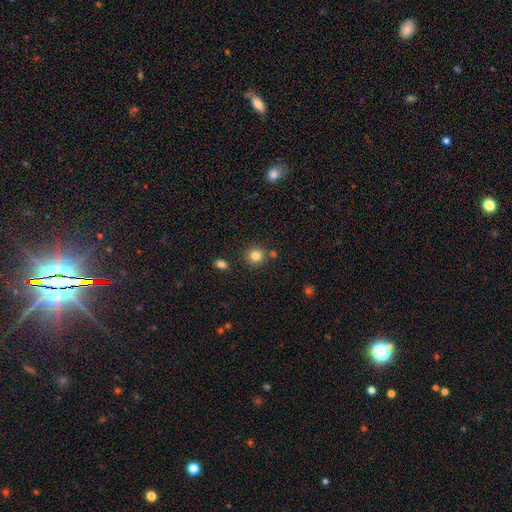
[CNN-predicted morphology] Smooth or featured: smooth — 82% (star or artifact — 11%)
How rounded: round — 91% (in between — 8%)
Merging: none — 80% (minor disturbance — 8%)